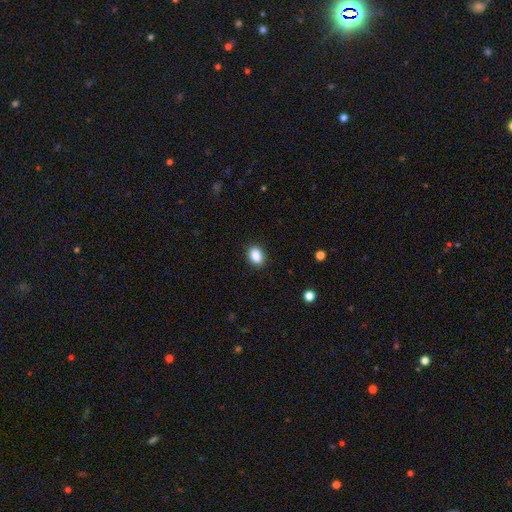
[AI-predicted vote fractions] smooth 88%, star or artifact 8%, featured or disk 3%. Down the decision tree: how rounded — in between (75%); merging — none (89%).